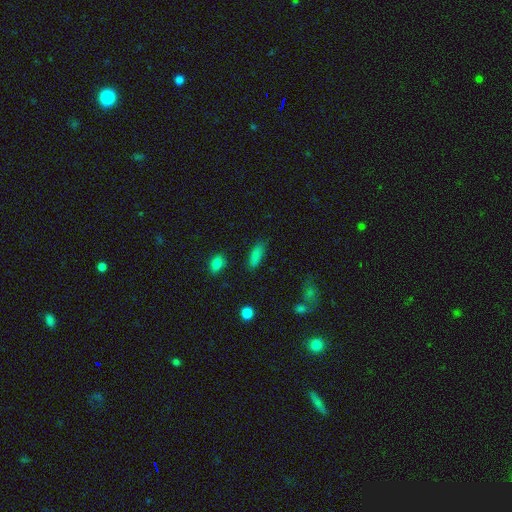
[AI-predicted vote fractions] Smooth or featured?
  - smooth: 84% *
  - star or artifact: 10%
  - featured or disk: 6%
How rounded?
  - in between: 60% *
  - cigar-shaped: 37%
  - round: 3%
Merging?
  - none: 81% *
  - minor disturbance: 13%
  - major disturbance: 4%
  - merger: 2%